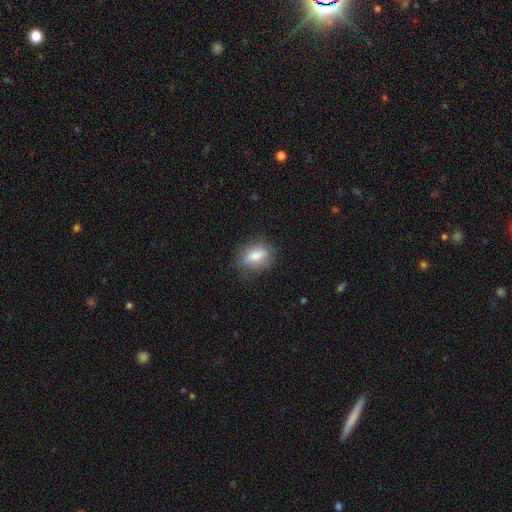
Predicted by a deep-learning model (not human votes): Smooth or featured? Predicted: smooth (p=0.80). How rounded? Predicted: in between (p=0.77). Merging? Predicted: none (p=0.75).